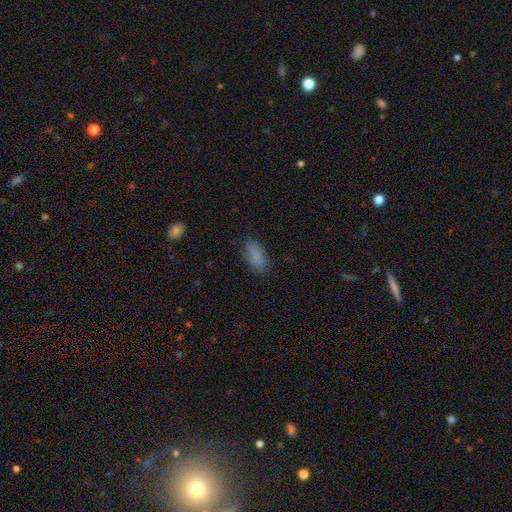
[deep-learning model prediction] Smooth or featured? Predicted: smooth (p=0.86). How rounded? Predicted: in between (p=0.86). Merging? Predicted: none (p=0.80).